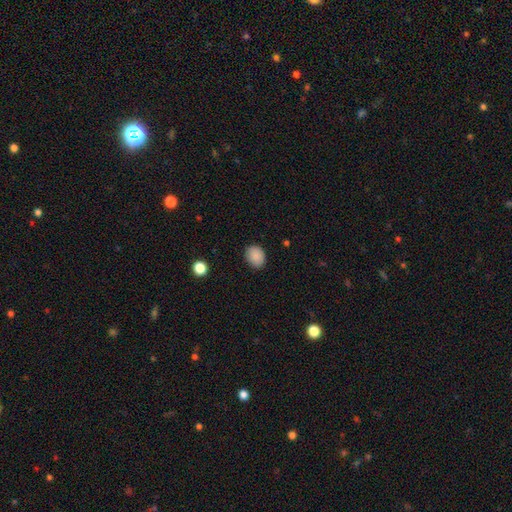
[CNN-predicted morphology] Overall: smooth (88%). How rounded: in between (53%; round 46%). Merging: none (86%).